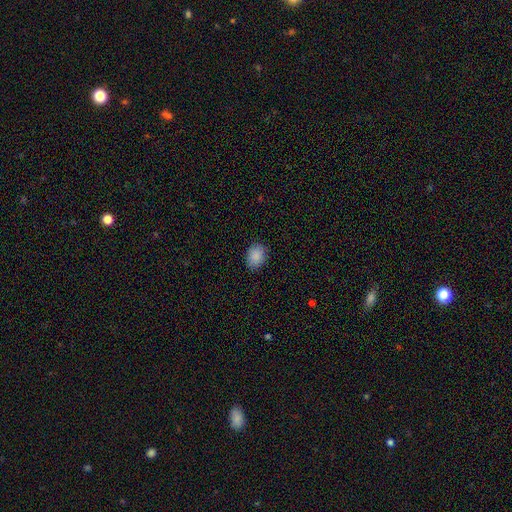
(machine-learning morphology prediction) This appears to be a smooth galaxy with no disk features (89%) that is in between round and cigar-shaped (62%). Merging: none (85%).